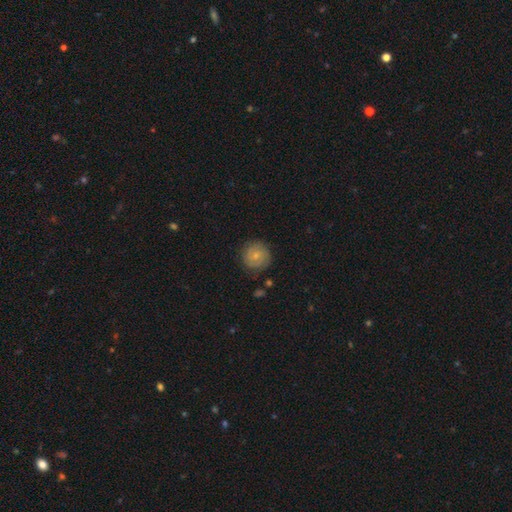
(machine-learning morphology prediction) Q: Smooth or featured?
A: smooth (50%); runner-up: featured or disk (43%)
Q: Merging?
A: none (82%); runner-up: minor disturbance (13%)